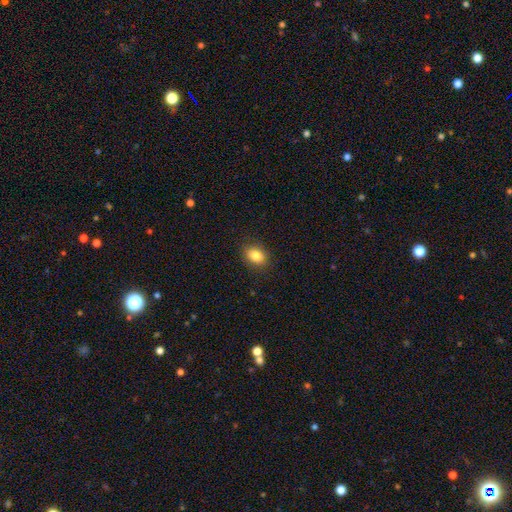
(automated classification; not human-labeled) Smooth or featured: smooth — 83% (star or artifact — 10%)
How rounded: in between — 67% (round — 32%)
Merging: none — 87% (minor disturbance — 9%)